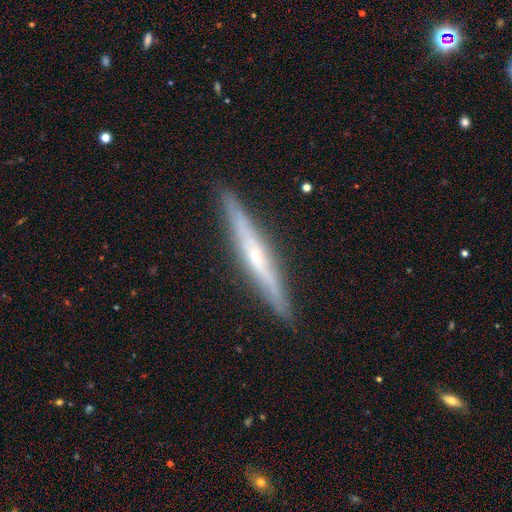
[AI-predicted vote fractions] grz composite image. It shows a featured or disk galaxy (72%) viewed edge-on (96%) with a rounded central bulge (57%). Merging: none (90%).